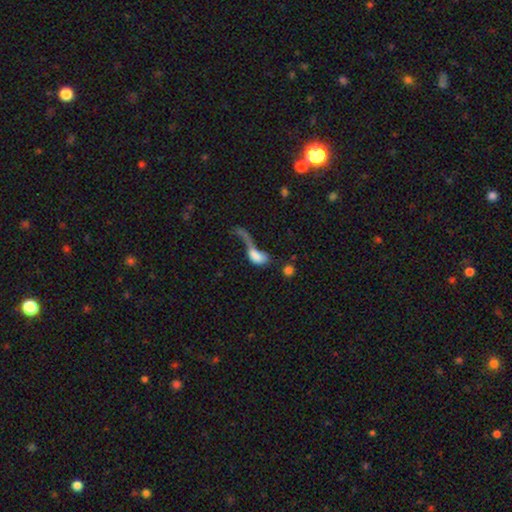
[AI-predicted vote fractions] Overall: smooth (67%). How rounded: in between (78%). Merging: major disturbance (56%; merger 23%).